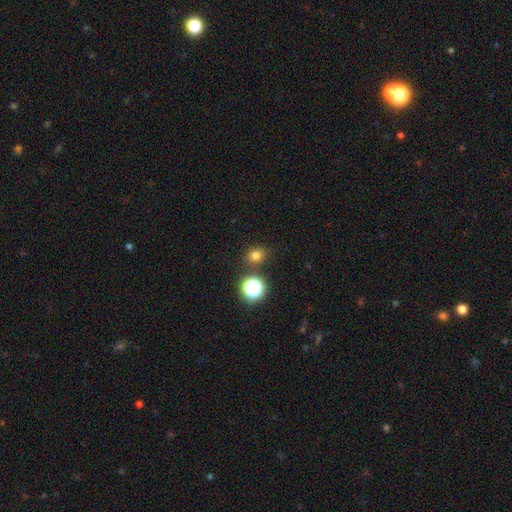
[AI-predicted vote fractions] smooth 75%, star or artifact 19%, featured or disk 5%. Down the decision tree: how rounded — round (69%); merging — none (82%).